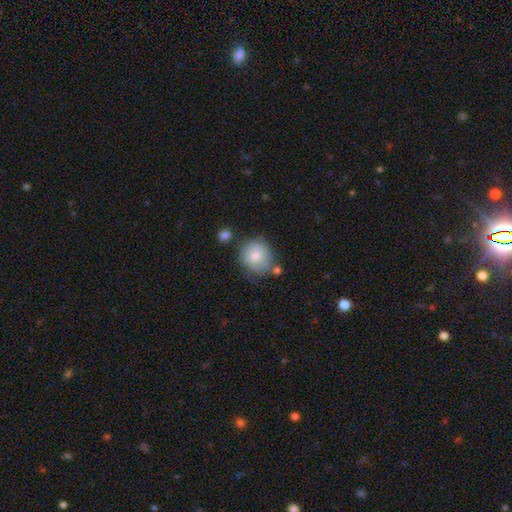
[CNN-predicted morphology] A smooth galaxy with no disk features (74%) that is round (82%).

Vote fractions:
- Smooth or featured? smooth: 74% / featured or disk: 18% / star or artifact: 8%
- How rounded? round: 82% / in between: 18% / cigar-shaped: 1%
- Merging? none: 57% / minor disturbance: 24% / merger: 12% / major disturbance: 7%